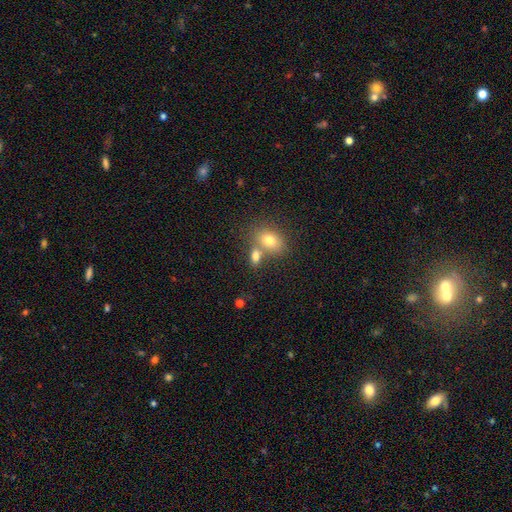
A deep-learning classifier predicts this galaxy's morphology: smooth-or-featured: smooth: 77% | featured or disk: 14% | star or artifact: 10%
  how-rounded: in between: 79% | round: 17% | cigar-shaped: 3%
  merging: merger: 44% | none: 43% | minor disturbance: 9% | major disturbance: 4%